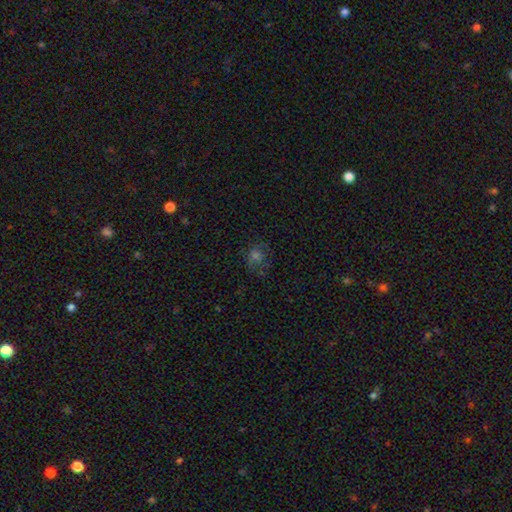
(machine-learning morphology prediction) Smooth or featured? Predicted: smooth (p=0.52). How rounded? Predicted: round (p=0.68). Merging? Predicted: none (p=0.65).